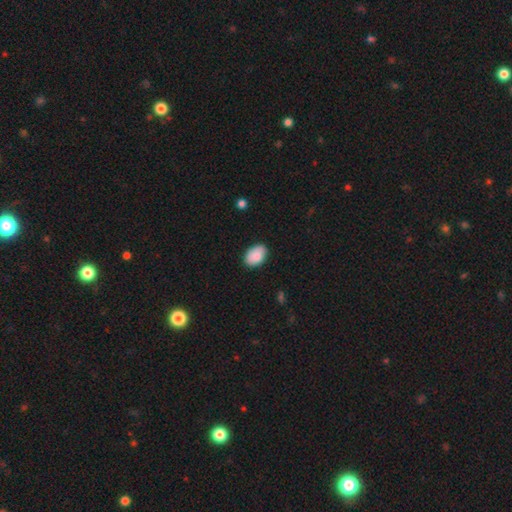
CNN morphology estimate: smooth 85%, featured or disk 8%, star or artifact 7%. Down the decision tree: how rounded — in between (89%); merging — none (82%).